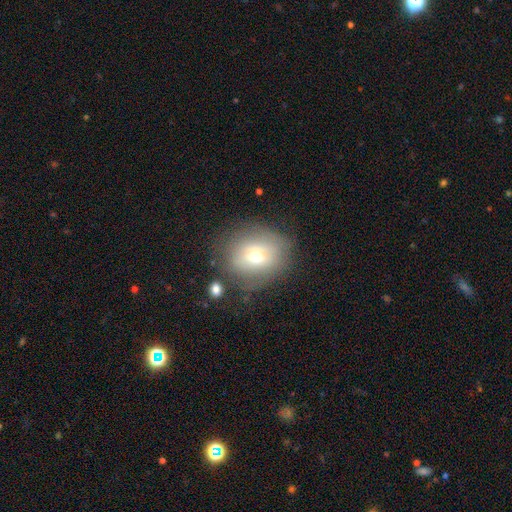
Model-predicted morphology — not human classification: Smooth or featured? smooth (61%)
How rounded? round (74%)
Merging? none (70%)